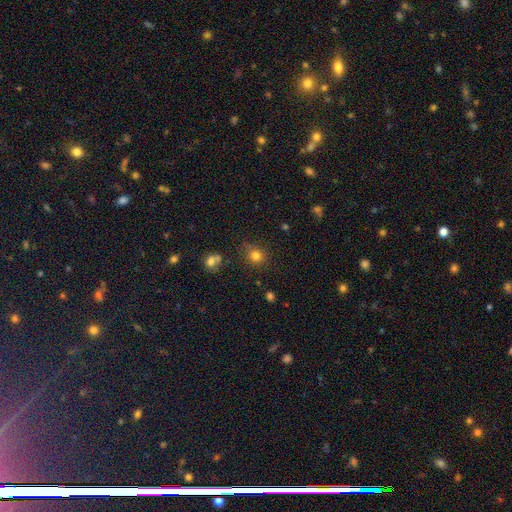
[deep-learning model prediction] Morphology: type=smooth (79%); roundness=round (85%); merging=none (75%).